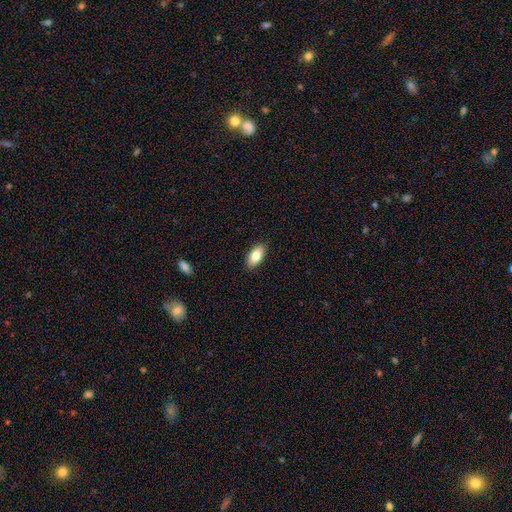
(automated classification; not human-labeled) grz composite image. It shows a smooth galaxy with no disk features (81%) that is in between round and cigar-shaped (90%). Merging: none (89%).